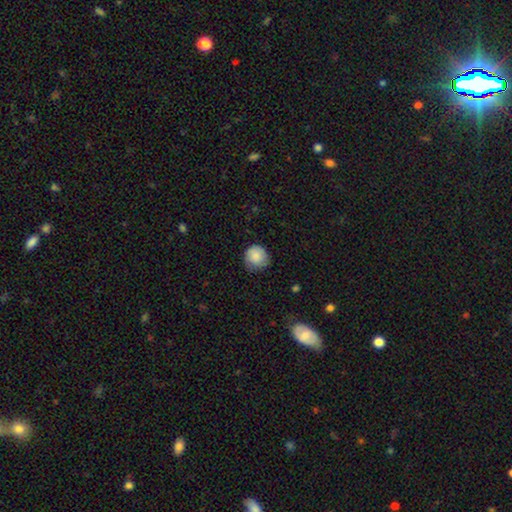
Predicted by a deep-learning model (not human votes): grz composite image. It shows a smooth galaxy with no disk features (82%) that is round (91%). Merging: none (65%).